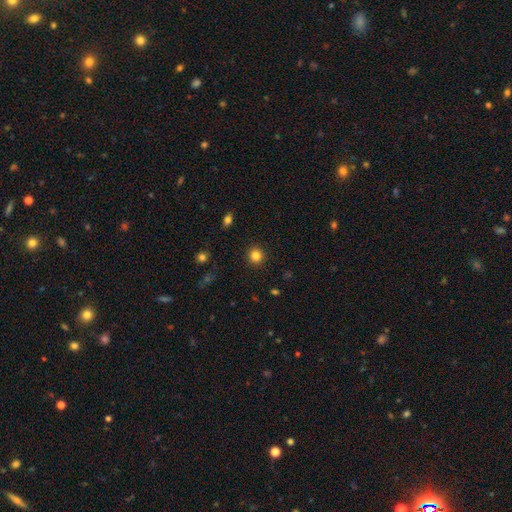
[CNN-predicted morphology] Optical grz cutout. It shows a smooth galaxy with no disk features (83%) that is round (91%). Merging: none (91%).